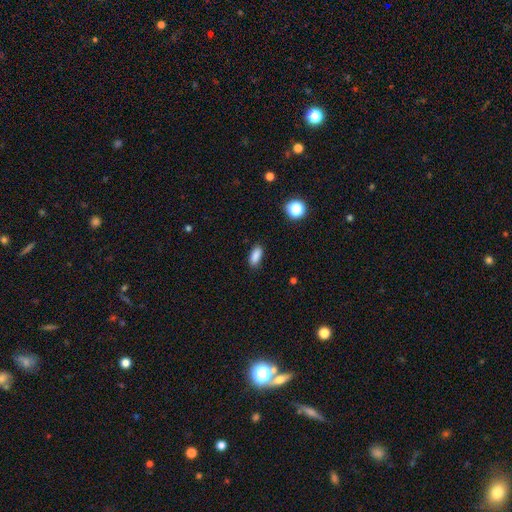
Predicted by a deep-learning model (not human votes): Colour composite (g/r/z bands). It shows a smooth galaxy with no disk features (86%) that is in between round and cigar-shaped (83%). Merging: none (87%).